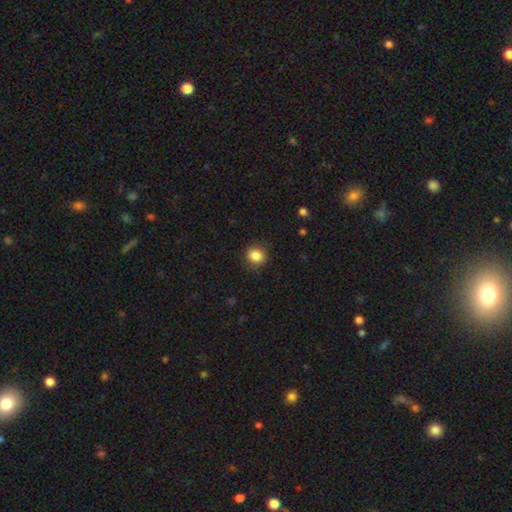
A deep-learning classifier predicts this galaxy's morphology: Smooth or featured: smooth — 86% (star or artifact — 10%)
How rounded: round — 89% (in between — 10%)
Merging: none — 88% (minor disturbance — 8%)